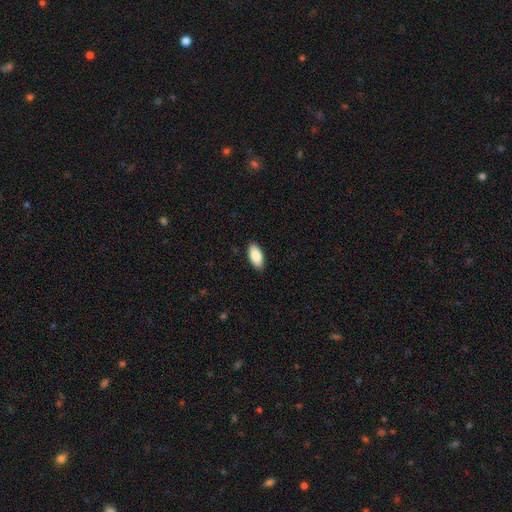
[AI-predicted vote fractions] smooth 87%, featured or disk 7%, star or artifact 6%. Down the decision tree: how rounded — in between (92%); merging — none (89%).